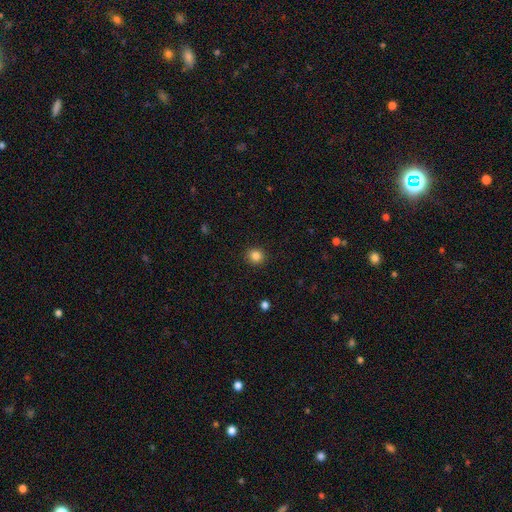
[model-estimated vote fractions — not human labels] smooth 85%, star or artifact 11%, featured or disk 4%. Down the decision tree: how rounded — round (89%); merging — none (91%).